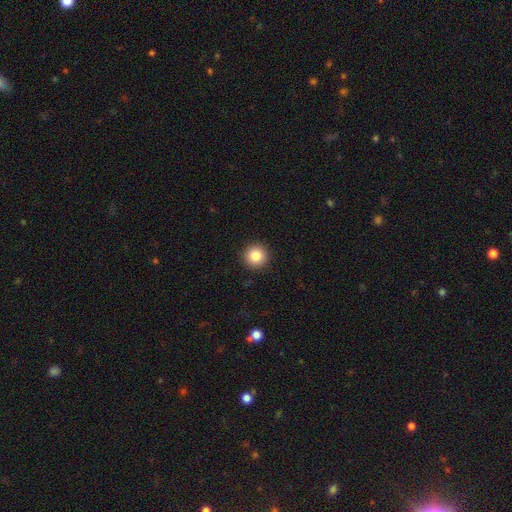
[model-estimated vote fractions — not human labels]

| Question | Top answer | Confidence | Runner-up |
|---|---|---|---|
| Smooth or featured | smooth | 85% | star or artifact (10%) |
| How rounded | round | 96% | in between (3%) |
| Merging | none | 93% | minor disturbance (5%) |